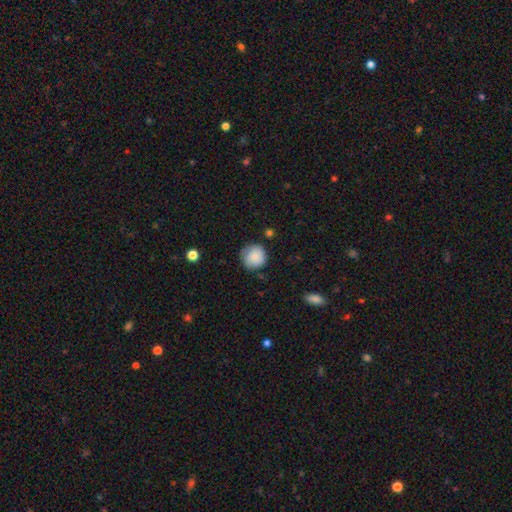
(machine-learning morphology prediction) Smooth or featured? smooth (85%)
How rounded? round (91%)
Merging? none (75%)